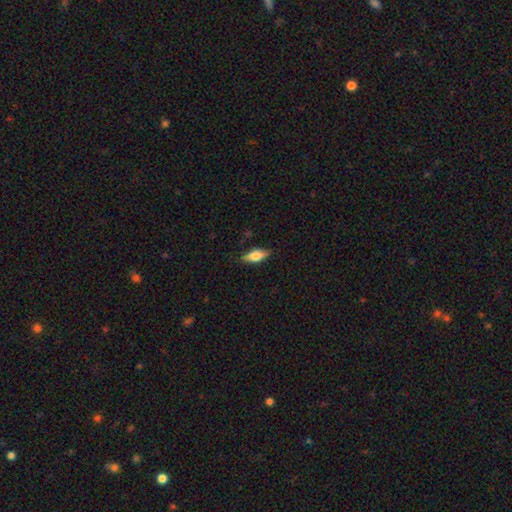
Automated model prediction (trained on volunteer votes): Smooth or featured?
  - smooth: 66% *
  - featured or disk: 27%
  - star or artifact: 7%
How rounded?
  - in between: 75% *
  - cigar-shaped: 22%
  - round: 3%
Merging?
  - none: 85% *
  - minor disturbance: 12%
  - major disturbance: 2%
  - merger: 1%